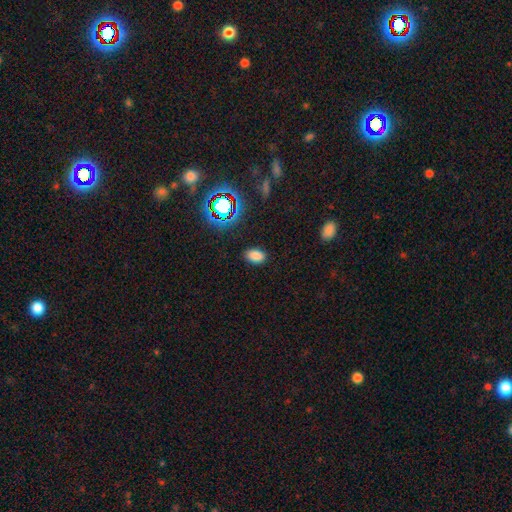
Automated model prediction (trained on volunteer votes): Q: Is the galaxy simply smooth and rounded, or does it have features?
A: smooth — 79%.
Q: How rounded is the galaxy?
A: in between — 87%.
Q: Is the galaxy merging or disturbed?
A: none — 86%.